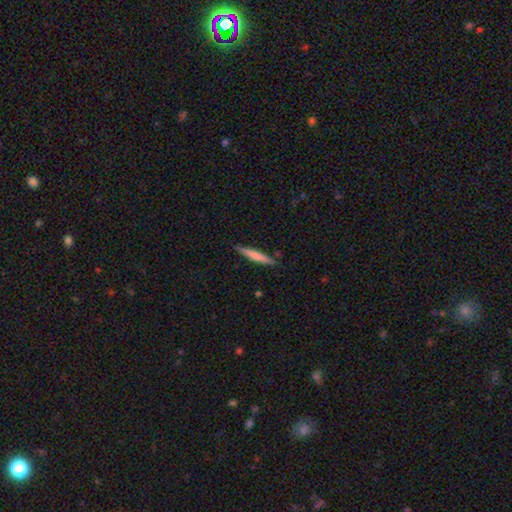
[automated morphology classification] The model was most divided on "smooth or featured": smooth: 66%, featured or disk: 29%, star or artifact: 5%. More confident: how rounded — cigar-shaped (94%); merging — none (87%).